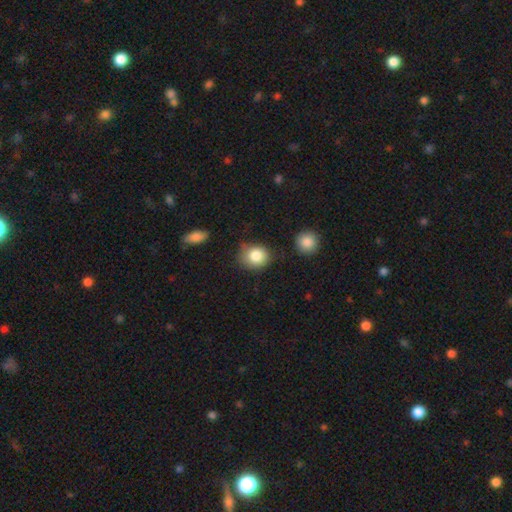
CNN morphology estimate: Q: Smooth or featured?
A: smooth (84%); runner-up: star or artifact (9%)
Q: How rounded?
A: round (73%); runner-up: in between (26%)
Q: Merging?
A: none (70%); runner-up: minor disturbance (20%)